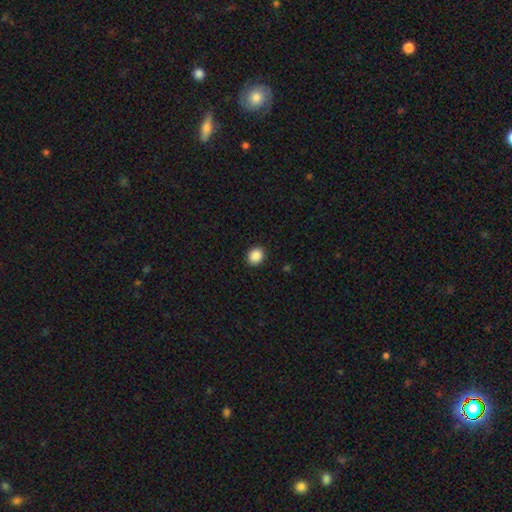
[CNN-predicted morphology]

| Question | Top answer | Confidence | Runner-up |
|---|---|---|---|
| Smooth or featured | smooth | 88% | star or artifact (9%) |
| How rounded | round | 79% | in between (20%) |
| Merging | none | 92% | minor disturbance (6%) |